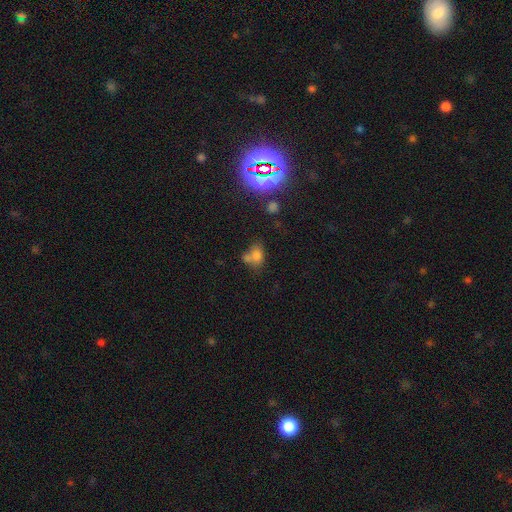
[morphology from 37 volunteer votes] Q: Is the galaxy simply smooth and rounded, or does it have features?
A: smooth — 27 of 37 (73%).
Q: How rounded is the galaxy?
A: in between — 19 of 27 (70%).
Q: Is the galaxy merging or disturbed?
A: none — 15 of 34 (44%).